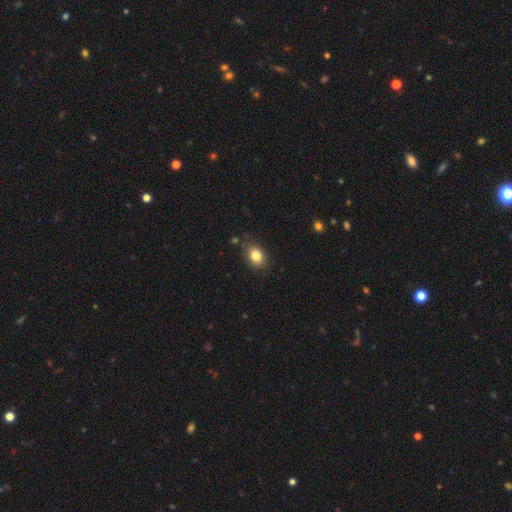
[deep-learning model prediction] This is clearly a smooth galaxy (83%). How rounded: likely in between (68%). Merging: likely none (77%).